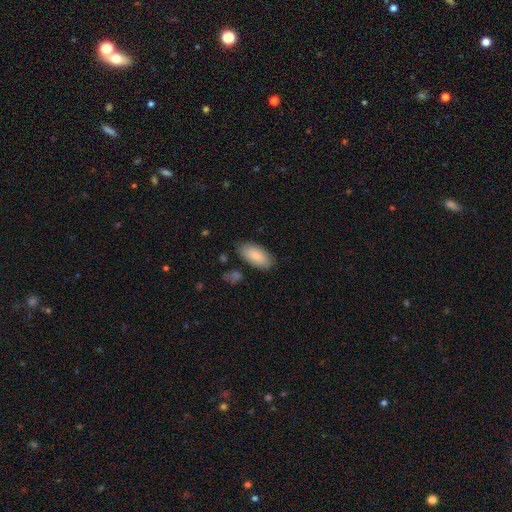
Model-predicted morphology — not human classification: Q: Smooth or featured?
A: smooth (83%); runner-up: featured or disk (11%)
Q: How rounded?
A: in between (92%); runner-up: cigar-shaped (6%)
Q: Merging?
A: none (82%); runner-up: minor disturbance (13%)